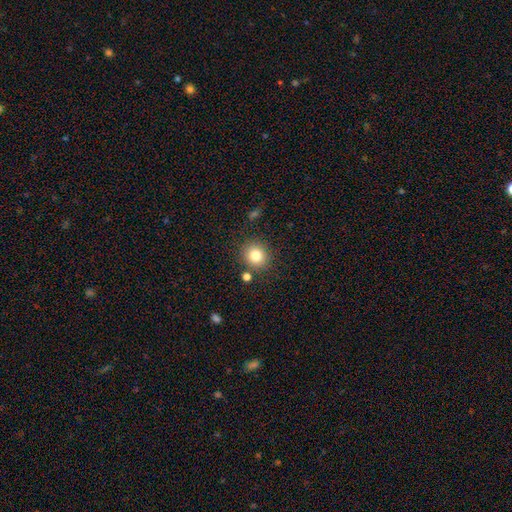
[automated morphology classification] Smooth or featured: smooth — 81% (star or artifact — 11%)
How rounded: round — 88% (in between — 11%)
Merging: none — 83% (minor disturbance — 8%)